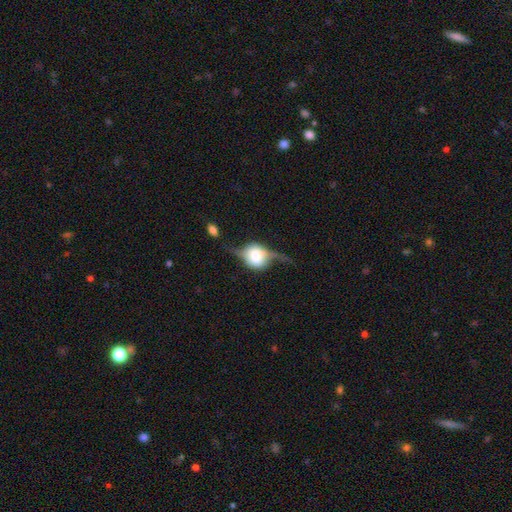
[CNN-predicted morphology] type=featured or disk (71%); edge-on=yes (83%); edge-on bulge=rounded (90%); merging=none (55%).